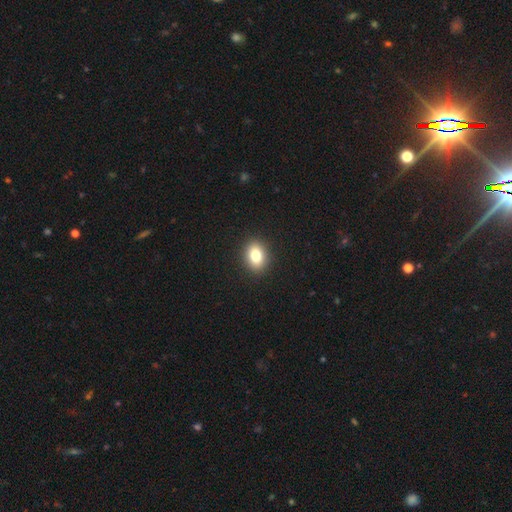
Volunteers were most divided on "how rounded": in between: 65%, round: 32%, cigar-shaped: 3%. More confident: smooth or featured — smooth (87%); merging — none (81%).